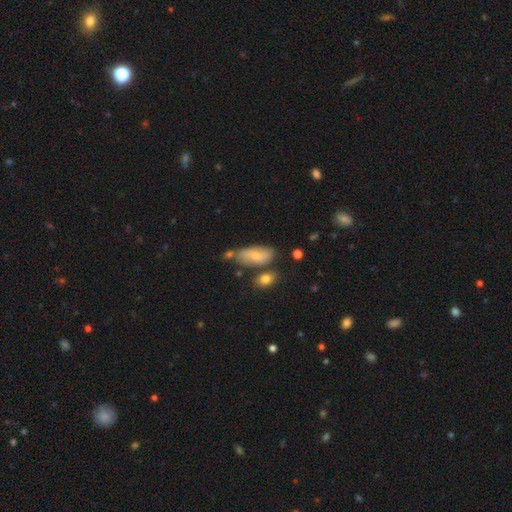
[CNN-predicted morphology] type=smooth (72%); roundness=in between (86%); merging=none (57%).